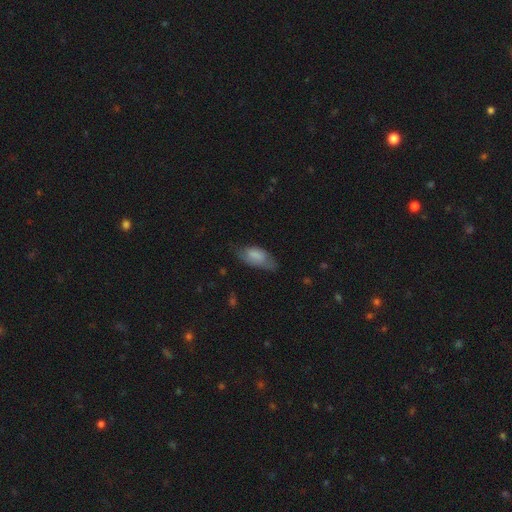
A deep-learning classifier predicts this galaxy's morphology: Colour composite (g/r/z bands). It shows a smooth galaxy with no disk features (78%) that is in between round and cigar-shaped (88%). Merging: none (50%).